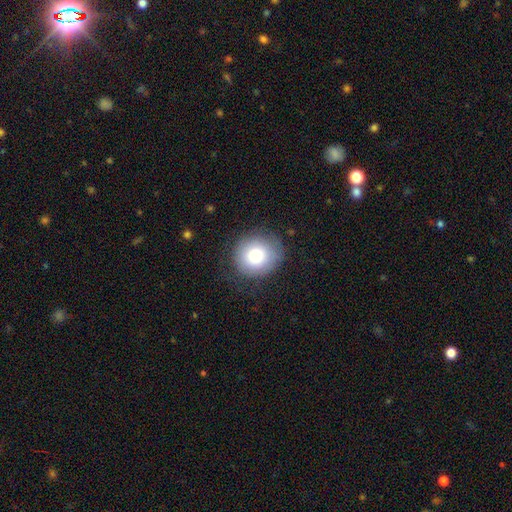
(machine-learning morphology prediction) The model was most divided on "merging": none: 78%, minor disturbance: 15%, major disturbance: 6%, merger: 1%. More confident: how rounded — round (87%); smooth or featured — smooth (78%).